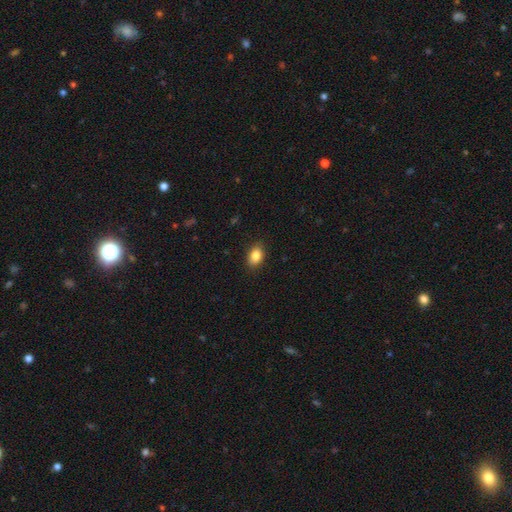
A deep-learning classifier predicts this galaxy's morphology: smooth_or_featured: smooth (p=0.85) [alt: star or artifact p=0.08]
how_rounded: in between (p=0.82) [alt: round p=0.17]
merging: none (p=0.86) [alt: minor disturbance p=0.11]